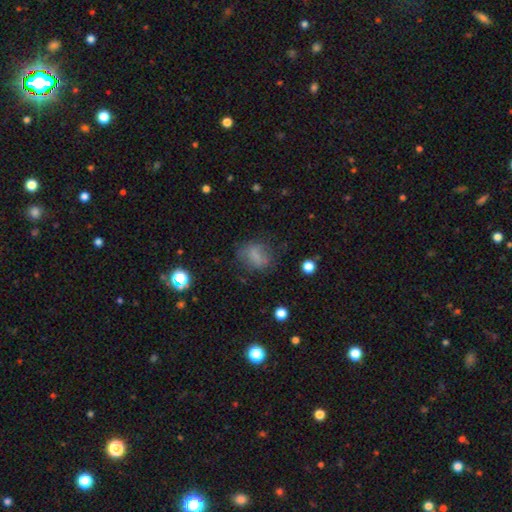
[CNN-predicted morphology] The model was most divided on "how rounded": in between: 63%, round: 34%, cigar-shaped: 3%. More confident: smooth or featured — smooth (69%); merging — none (61%).